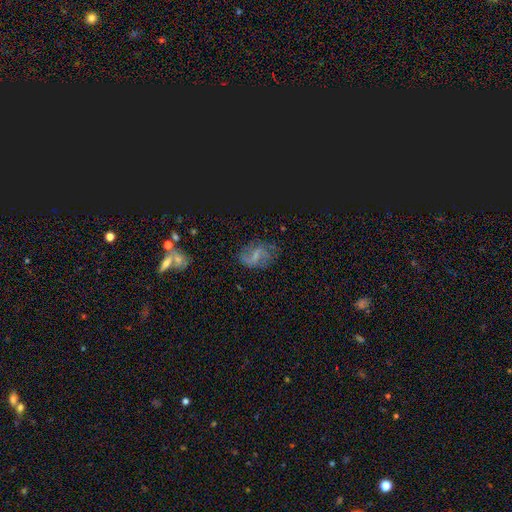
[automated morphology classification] Smooth or featured? featured or disk (69%)
Edge-on disk? no (97%)
Bar? weak (53%)
Spiral arms? yes (88%)
Spiral winding? loose (56%)
Spiral arm count? 2 (81%)
Bulge size? none (44%)
Merging? none (67%)